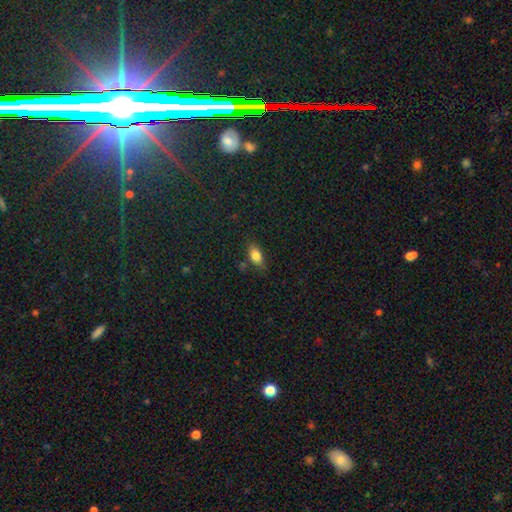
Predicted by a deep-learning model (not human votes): This appears to be a smooth galaxy with no disk features (81%) that is in between round and cigar-shaped (86%). Merging: none (76%).